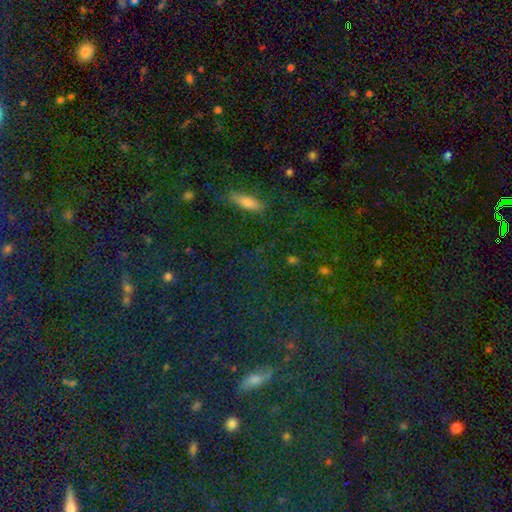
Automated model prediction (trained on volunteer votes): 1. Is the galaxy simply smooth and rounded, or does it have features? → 45% star or artifact, 38% smooth, 17% featured or disk.